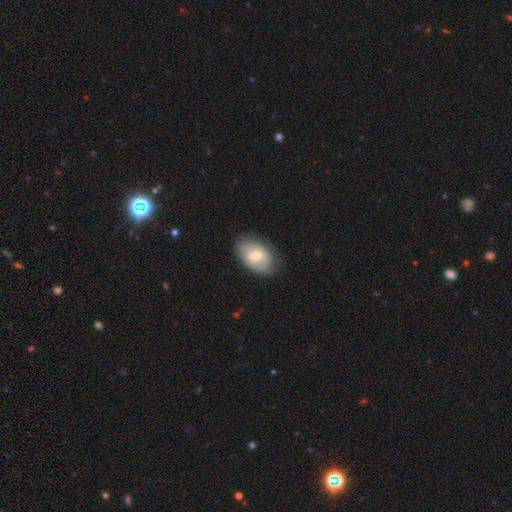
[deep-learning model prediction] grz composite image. It shows a smooth galaxy with no disk features (57%) that is in between round and cigar-shaped (89%). Merging: none (73%).